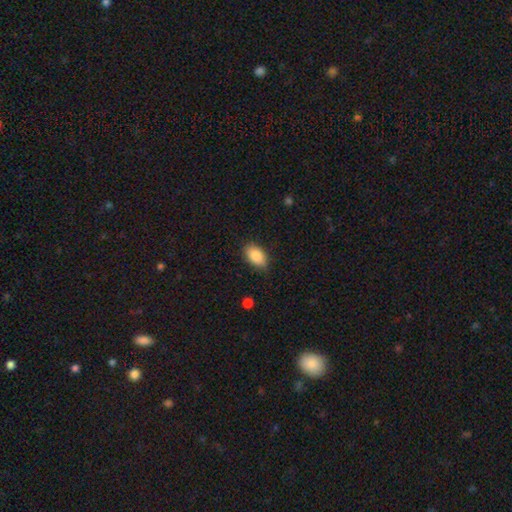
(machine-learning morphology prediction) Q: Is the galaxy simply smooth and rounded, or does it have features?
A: smooth — 88%.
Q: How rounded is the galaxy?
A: in between — 92%.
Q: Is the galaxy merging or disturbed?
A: none — 81%.